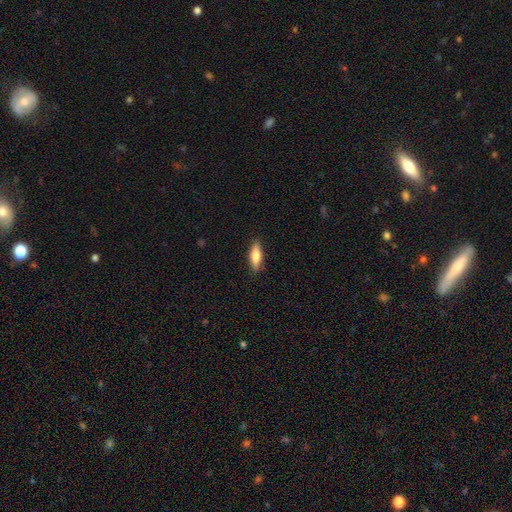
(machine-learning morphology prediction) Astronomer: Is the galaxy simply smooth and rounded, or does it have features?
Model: smooth — 71%.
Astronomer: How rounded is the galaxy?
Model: cigar-shaped — 49%, tied with in between at 49%.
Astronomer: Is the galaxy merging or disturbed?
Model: none — 88%.